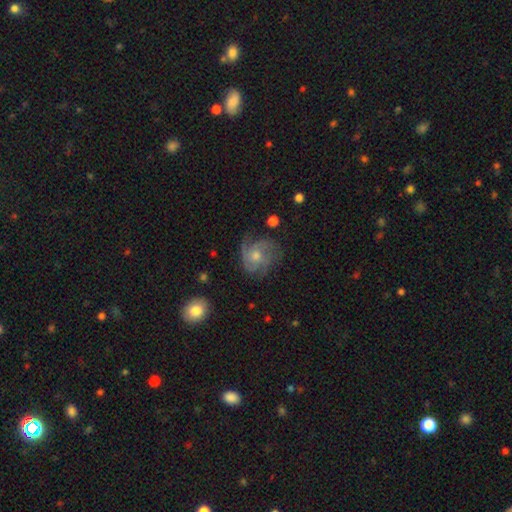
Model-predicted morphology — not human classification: This is likely a featured or disk galaxy (75%). It is clearly not viewed edge-on (98%). Bar: likely no (77%). Spiral arm pattern: clearly yes (94%). Spiral arm count: marginally 3 (40%). Spiral winding: marginally tight (44%). Central bulge: possibly moderate (59%). Merging: likely none (69%).